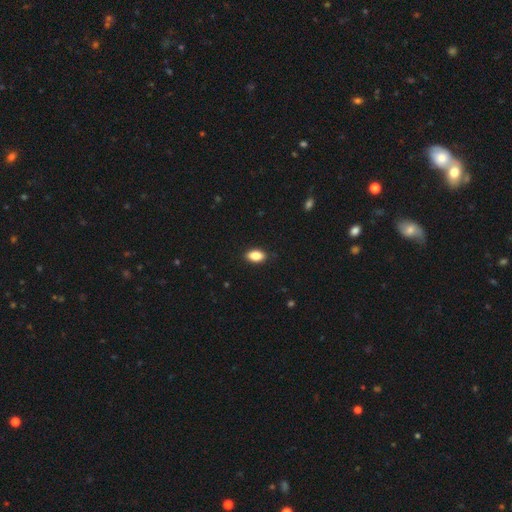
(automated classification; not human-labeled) smooth-or-featured: smooth: 86% | star or artifact: 8% | featured or disk: 6%
  how-rounded: in between: 91% | round: 6% | cigar-shaped: 3%
  merging: none: 88% | minor disturbance: 9% | major disturbance: 2% | merger: 1%